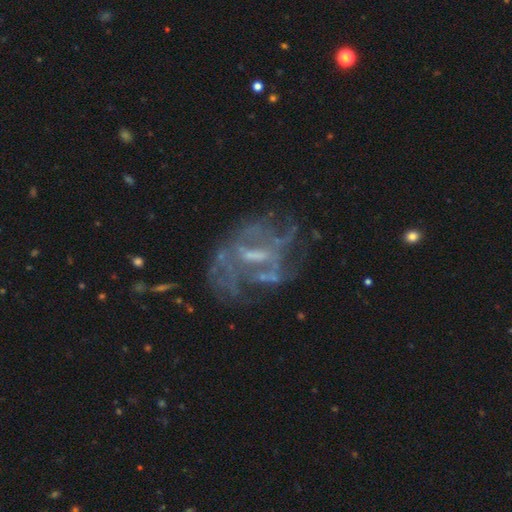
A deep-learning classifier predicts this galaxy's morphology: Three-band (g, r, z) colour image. It shows a featured or disk galaxy (76%) with a weak bar (48%), spiral arms (50%, tied with no) and a small central bulge (36%). Merging: none (46%).